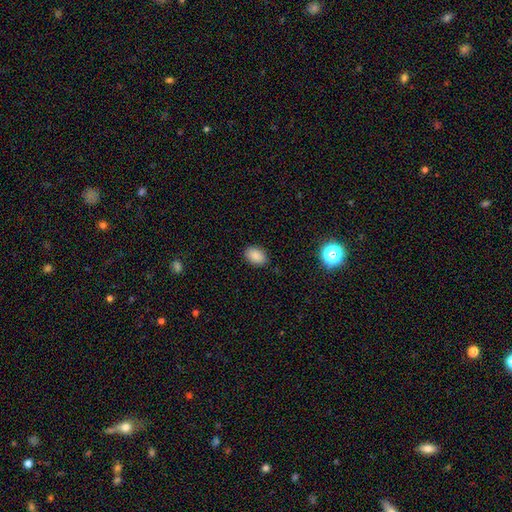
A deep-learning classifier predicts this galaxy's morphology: Smooth or featured: smooth — 86% (star or artifact — 10%)
How rounded: in between — 81% (round — 18%)
Merging: none — 87% (minor disturbance — 10%)